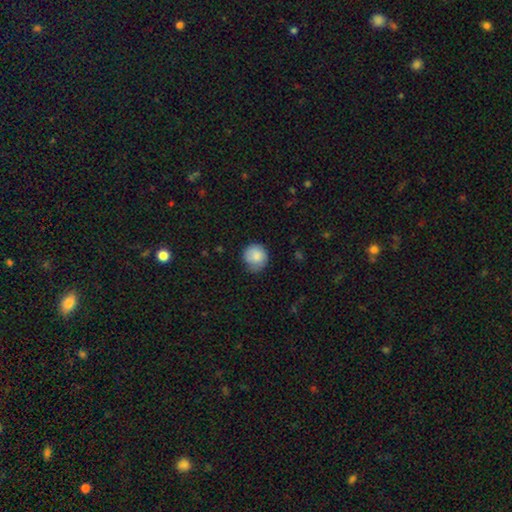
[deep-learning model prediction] smooth-or-featured: smooth: 84% | featured or disk: 9% | star or artifact: 7%
  how-rounded: round: 89% | in between: 10% | cigar-shaped: 1%
  merging: none: 70% | minor disturbance: 24% | major disturbance: 5% | merger: 1%